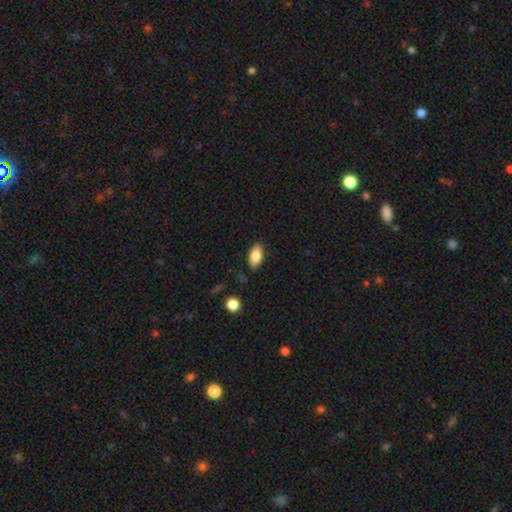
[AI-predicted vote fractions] This is clearly a smooth galaxy (82%). How rounded: clearly in between (90%). Merging: clearly none (84%).